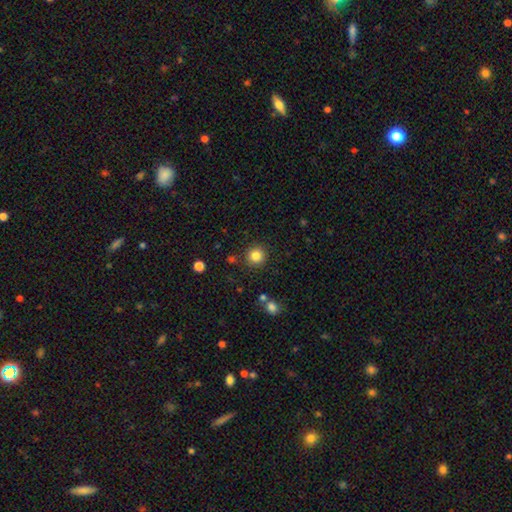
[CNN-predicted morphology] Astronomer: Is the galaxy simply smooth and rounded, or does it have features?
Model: smooth — 85%.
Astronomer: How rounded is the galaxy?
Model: round — 94%.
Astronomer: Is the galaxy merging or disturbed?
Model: none — 88%.